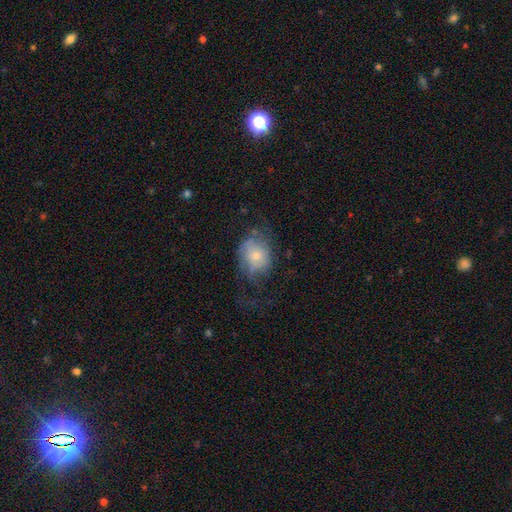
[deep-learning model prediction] Morphology: type=smooth (52%); roundness=round (55%); merging=none (40%).